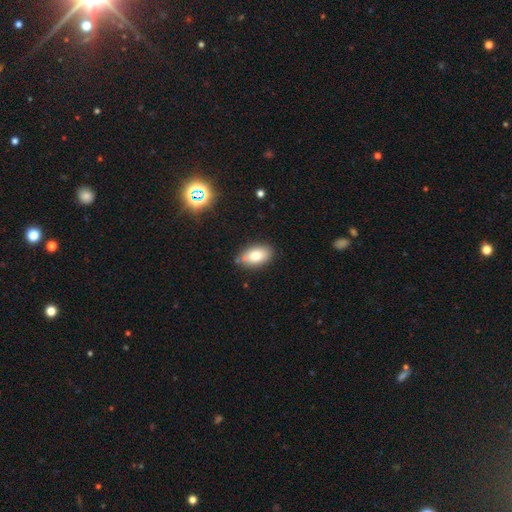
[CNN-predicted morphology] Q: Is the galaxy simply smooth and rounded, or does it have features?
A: smooth — 78%.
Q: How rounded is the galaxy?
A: in between — 91%.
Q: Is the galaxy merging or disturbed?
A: none — 79%.